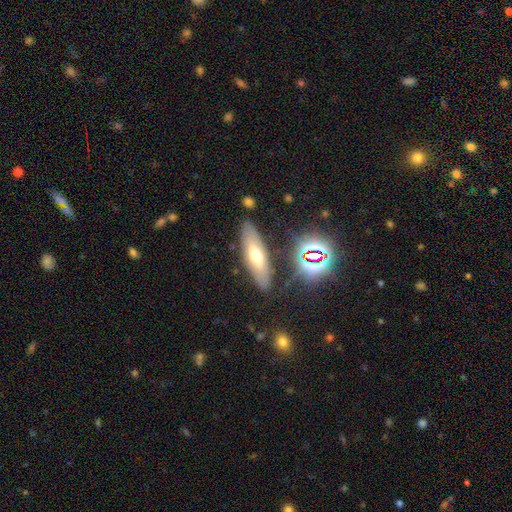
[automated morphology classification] Overall: smooth (49%; featured or disk 38%). Merging: none (81%).